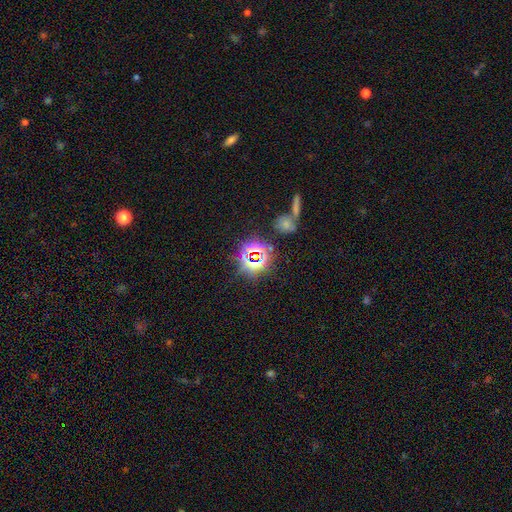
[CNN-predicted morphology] The model was most divided on "smooth or featured": star or artifact: 72%, smooth: 19%, featured or disk: 9%.